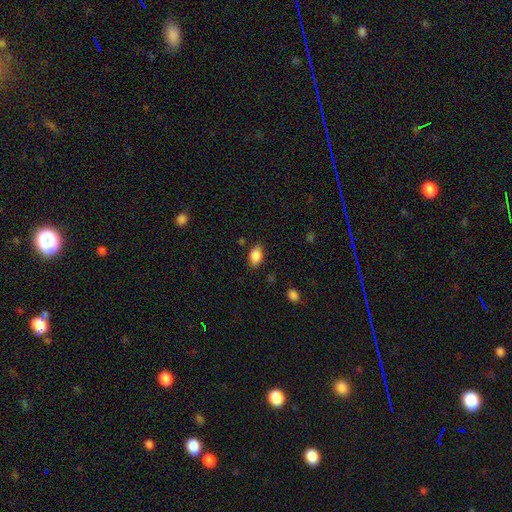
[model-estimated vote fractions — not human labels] This appears to be a smooth galaxy with no disk features (87%) that is in between round and cigar-shaped (87%). Merging: none (79%).